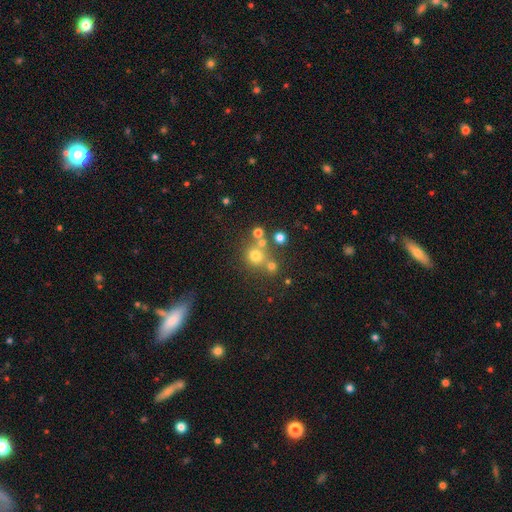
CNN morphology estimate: A smooth galaxy with no disk features (68%) that is round (88%).

Vote fractions:
- Smooth or featured? smooth: 68% / star or artifact: 20% / featured or disk: 12%
- How rounded? round: 88% / in between: 11% / cigar-shaped: 1%
- Merging? none: 61% / merger: 25% / minor disturbance: 9% / major disturbance: 5%